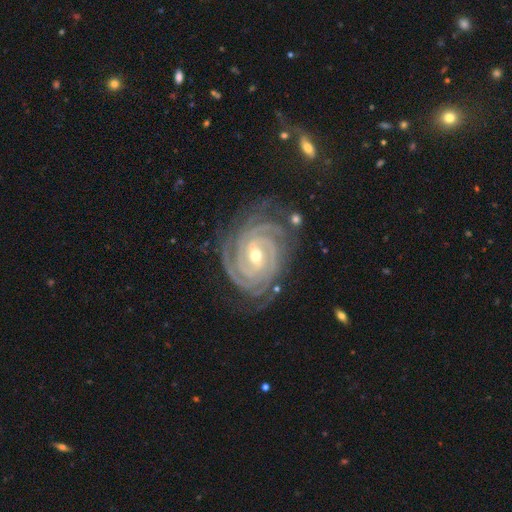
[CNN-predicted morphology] Smooth or featured: featured or disk — 94% (star or artifact — 4%)
Edge-on disk: no — 97% (yes — 3%)
Bar: weak — 44% (strong — 37%)
Spiral arms: yes — 99% (no — 1%)
Spiral winding: tight — 84% (medium — 14%)
Spiral arm count: 4 — 41% (3 — 20%)
Bulge size: small — 50% (moderate — 47%)
Merging: none — 78% (minor disturbance — 16%)